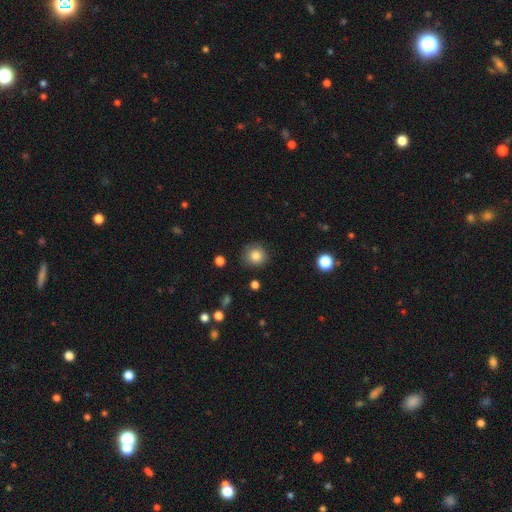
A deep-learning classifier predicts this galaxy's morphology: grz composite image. It shows a smooth galaxy with no disk features (84%) that is round (91%). Merging: none (85%).